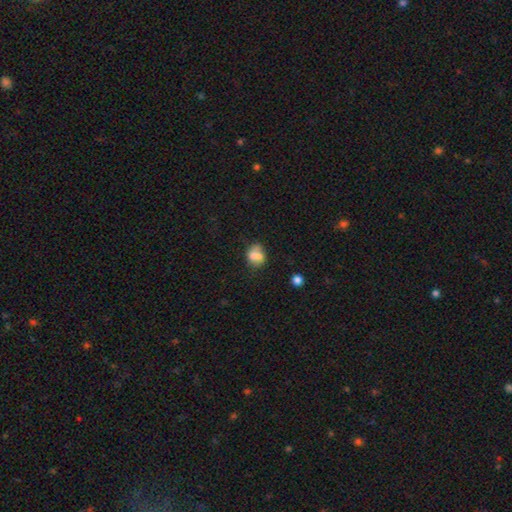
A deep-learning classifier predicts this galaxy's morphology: smooth-or-featured: smooth: 69% | featured or disk: 20% | star or artifact: 11%
  how-rounded: in between: 52% | round: 46% | cigar-shaped: 2%
  merging: none: 39% | merger: 35% | minor disturbance: 18% | major disturbance: 8%